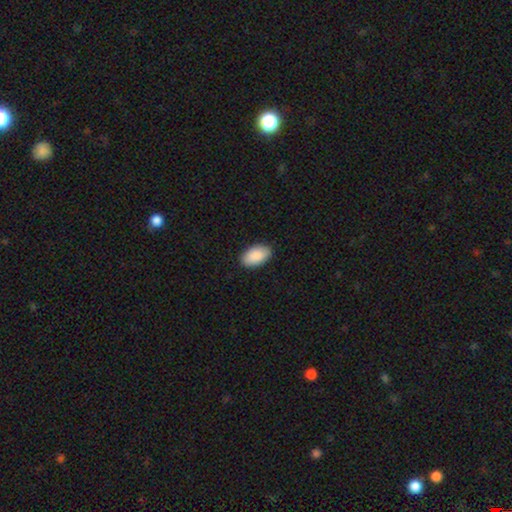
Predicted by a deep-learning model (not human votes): smooth_or_featured: smooth (p=0.90) [alt: star or artifact p=0.06]
how_rounded: in between (p=0.95) [alt: round p=0.04]
merging: none (p=0.89) [alt: minor disturbance p=0.08]